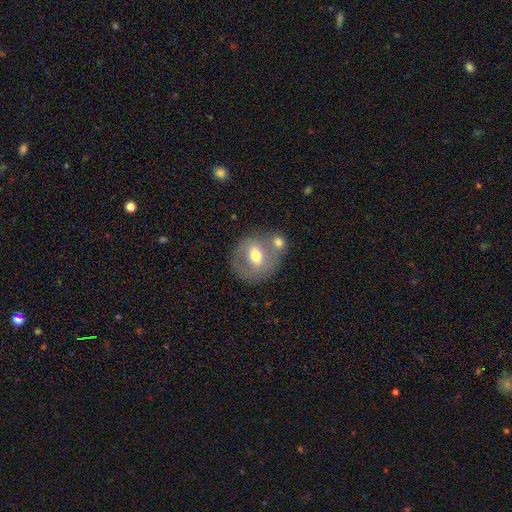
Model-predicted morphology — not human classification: Smooth or featured?
  - smooth: 54% *
  - featured or disk: 39%
  - star or artifact: 8%
How rounded?
  - round: 74% *
  - in between: 25%
  - cigar-shaped: 1%
Merging?
  - none: 52% *
  - merger: 28%
  - minor disturbance: 14%
  - major disturbance: 6%